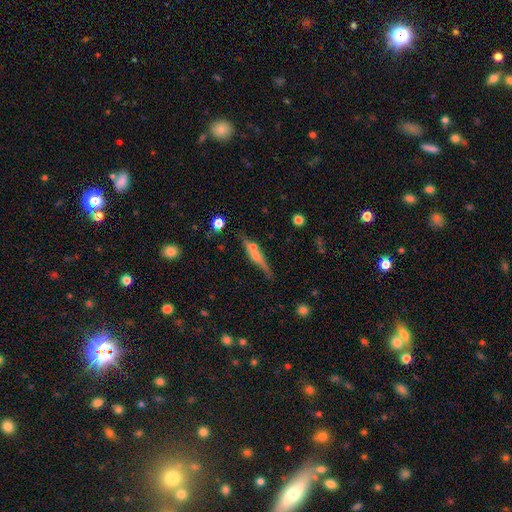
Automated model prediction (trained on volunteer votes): Morphology: type=featured or disk (55%); edge-on=yes (89%); merging=none (63%).